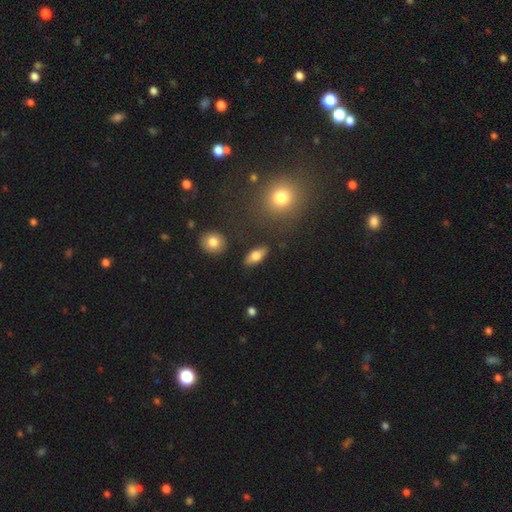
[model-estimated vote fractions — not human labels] Smooth or featured?
  - smooth: 73% *
  - featured or disk: 19%
  - star or artifact: 7%
How rounded?
  - in between: 83% *
  - cigar-shaped: 12%
  - round: 5%
Merging?
  - none: 86% *
  - minor disturbance: 9%
  - major disturbance: 3%
  - merger: 2%